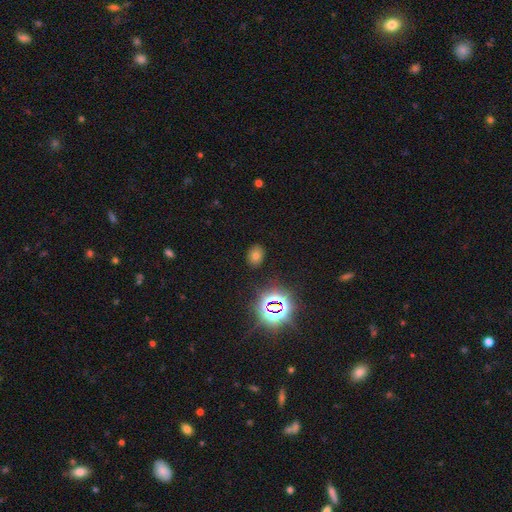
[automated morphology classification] This appears to be a smooth galaxy with no disk features (62%) that is in between round and cigar-shaped (65%). Merging: none (86%).